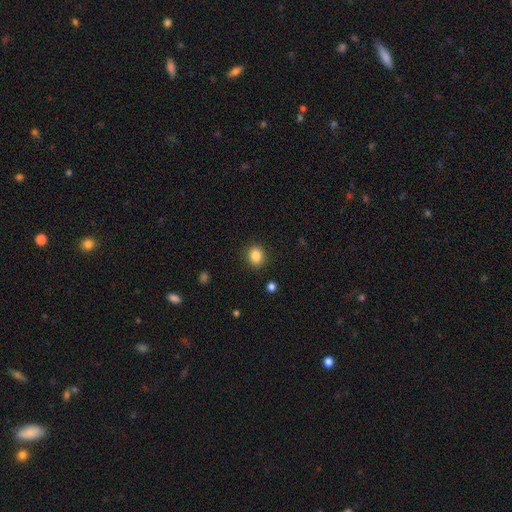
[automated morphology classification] This appears to be a smooth galaxy with no disk features (85%) that is round (70%). Merging: none (89%).